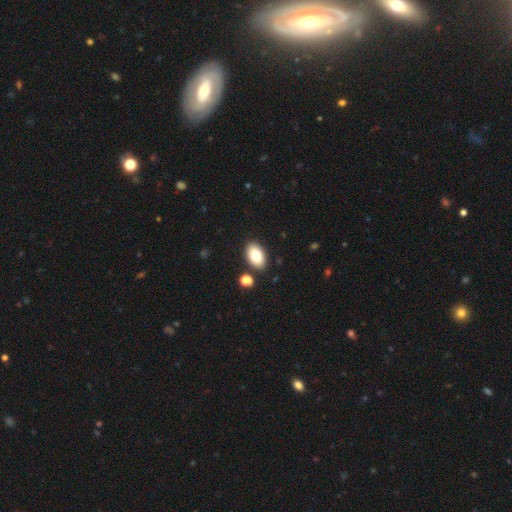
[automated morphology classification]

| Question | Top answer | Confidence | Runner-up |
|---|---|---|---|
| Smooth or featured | smooth | 80% | featured or disk (12%) |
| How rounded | in between | 92% | round (7%) |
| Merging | none | 84% | minor disturbance (9%) |